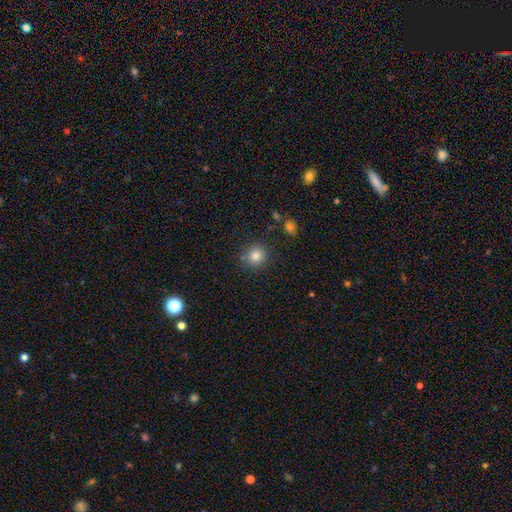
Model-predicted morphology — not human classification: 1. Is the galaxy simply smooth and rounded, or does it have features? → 83% smooth, 11% star or artifact, 6% featured or disk.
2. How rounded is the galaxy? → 90% round, 9% in between, 1% cigar-shaped.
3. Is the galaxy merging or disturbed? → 83% none, 10% minor disturbance, 4% merger, 3% major disturbance.